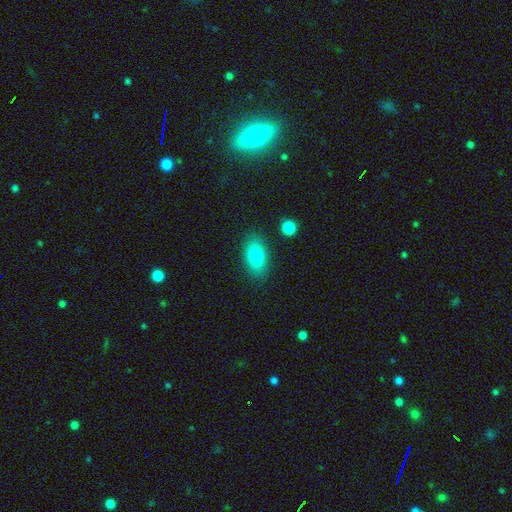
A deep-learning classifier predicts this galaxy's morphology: type=smooth (79%); roundness=in between (88%); merging=none (85%).